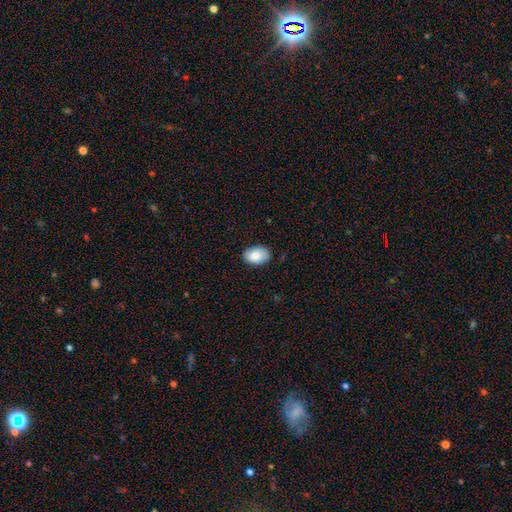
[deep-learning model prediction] smooth-or-featured: smooth: 86% | featured or disk: 7% | star or artifact: 7%
  how-rounded: in between: 86% | round: 13% | cigar-shaped: 1%
  merging: none: 83% | minor disturbance: 13% | major disturbance: 2% | merger: 1%